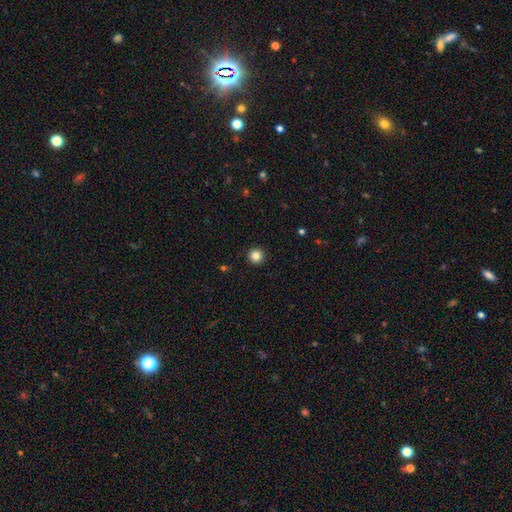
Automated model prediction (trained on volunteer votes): This appears to be a smooth galaxy with no disk features (84%) that is round (96%). Merging: none (93%).